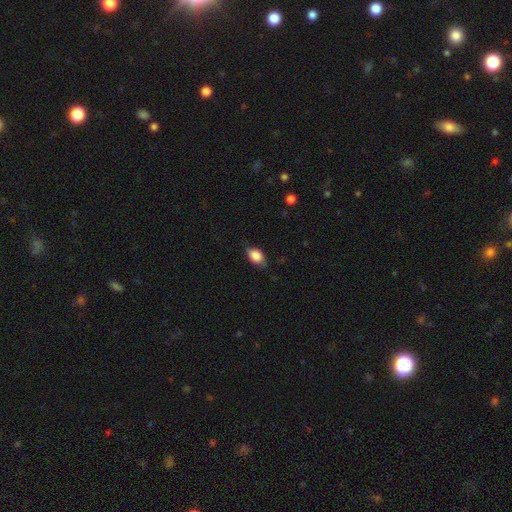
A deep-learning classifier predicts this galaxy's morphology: smooth 84%, featured or disk 9%, star or artifact 7%. Down the decision tree: how rounded — in between (81%); merging — none (73%).